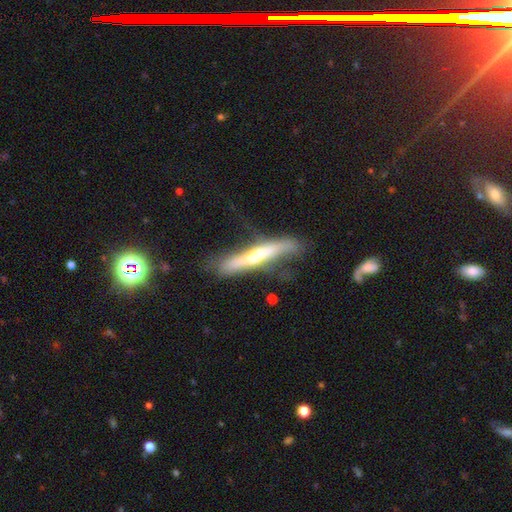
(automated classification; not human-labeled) Smooth or featured? Predicted: featured or disk (p=0.64). Edge-on disk? Predicted: yes (p=0.80). Edge-on bulge? Predicted: rounded (p=0.64). Merging? Predicted: none (p=0.55).